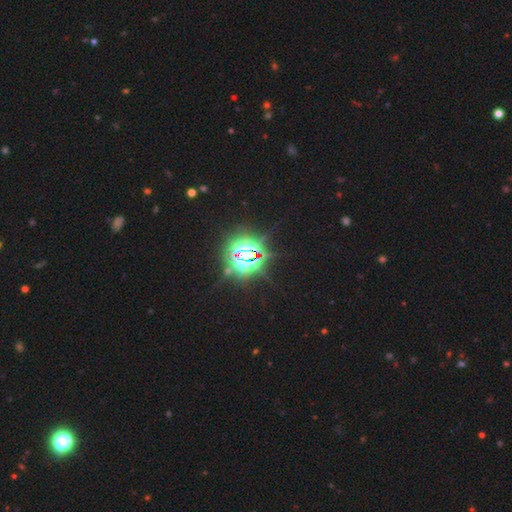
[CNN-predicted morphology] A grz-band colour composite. It shows a star or artifact, not a galaxy (82%).